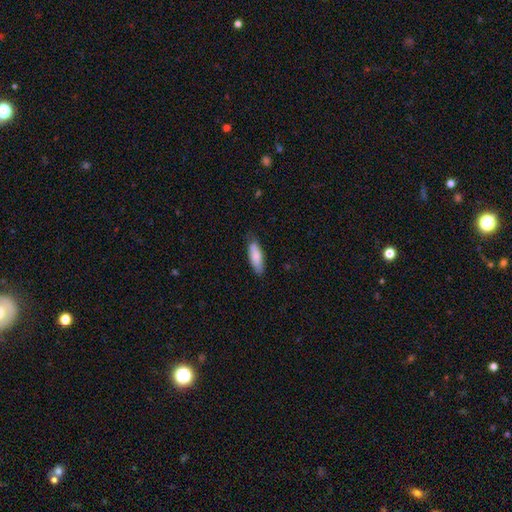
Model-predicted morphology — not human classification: Overall: smooth (82%). How rounded: in between (55%; cigar-shaped 43%). Merging: none (77%).